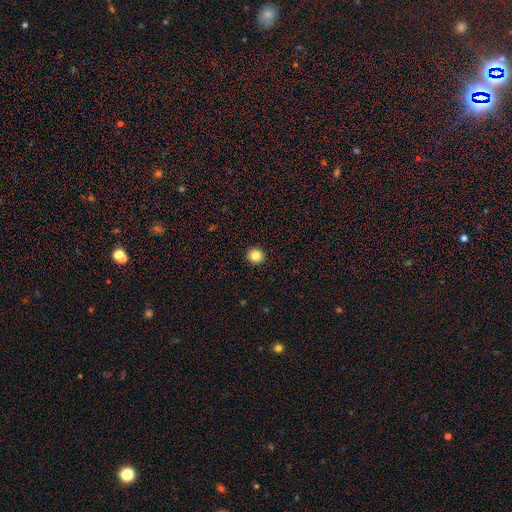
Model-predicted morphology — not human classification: Smooth or featured? Predicted: smooth (p=0.85). How rounded? Predicted: round (p=0.91). Merging? Predicted: none (p=0.93).